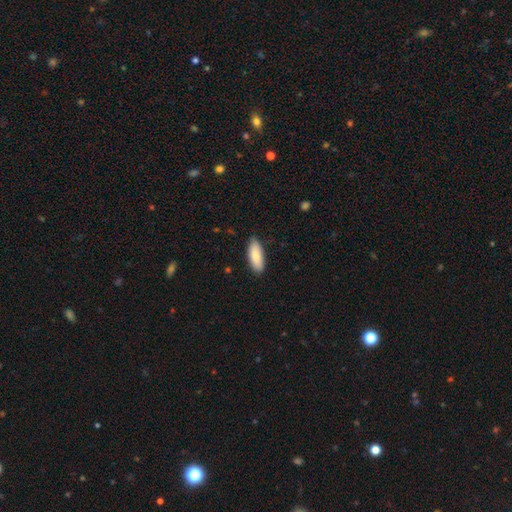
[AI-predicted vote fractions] Smooth or featured? smooth (84%)
How rounded? in between (77%)
Merging? none (85%)